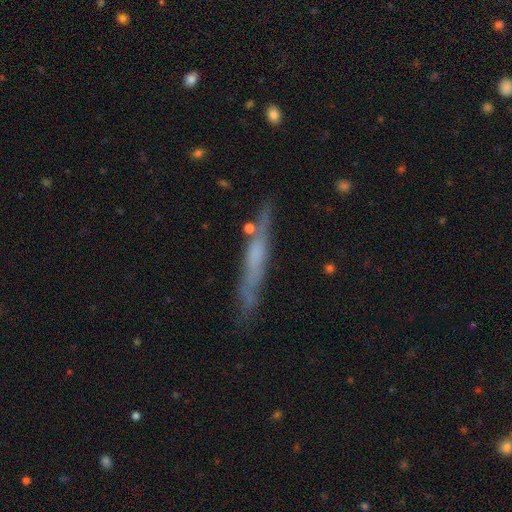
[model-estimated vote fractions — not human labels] Smooth or featured: featured or disk — 53% (smooth — 40%)
Edge-on disk: yes — 88% (no — 12%)
Merging: none — 73% (minor disturbance — 18%)